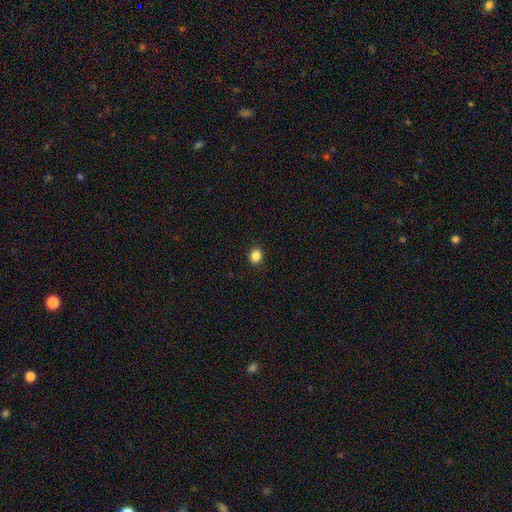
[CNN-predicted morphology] Smooth or featured? smooth (86%)
How rounded? round (72%)
Merging? none (92%)